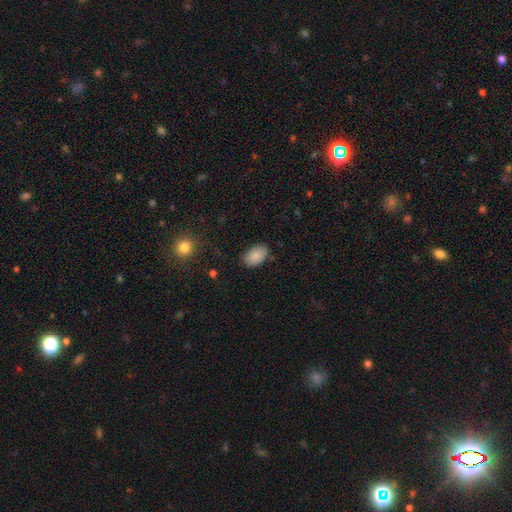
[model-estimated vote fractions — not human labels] smooth_or_featured: smooth (p=0.88) [alt: star or artifact p=0.07]
how_rounded: in between (p=0.91) [alt: round p=0.08]
merging: none (p=0.84) [alt: minor disturbance p=0.12]